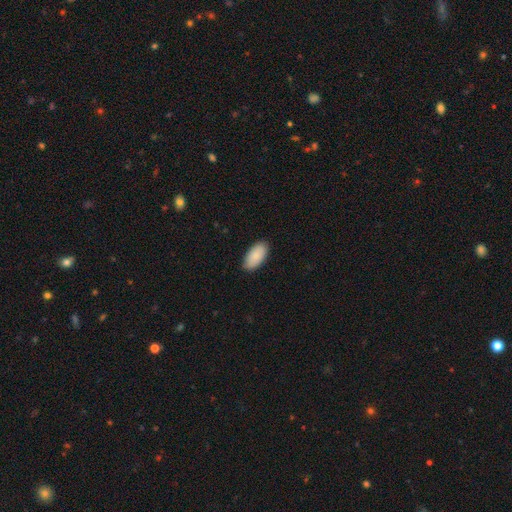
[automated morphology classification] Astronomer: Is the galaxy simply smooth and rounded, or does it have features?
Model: smooth — 87%.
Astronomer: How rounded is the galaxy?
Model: in between — 96%.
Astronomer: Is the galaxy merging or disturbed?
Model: none — 89%.